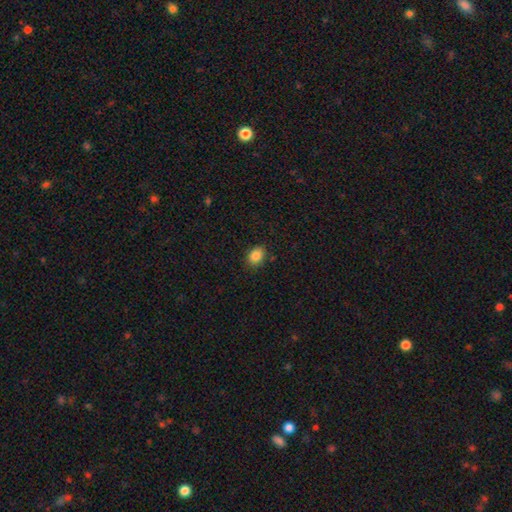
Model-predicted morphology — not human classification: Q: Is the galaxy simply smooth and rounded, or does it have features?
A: smooth — 86%.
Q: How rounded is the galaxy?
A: in between — 63%.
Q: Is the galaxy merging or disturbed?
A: none — 85%.